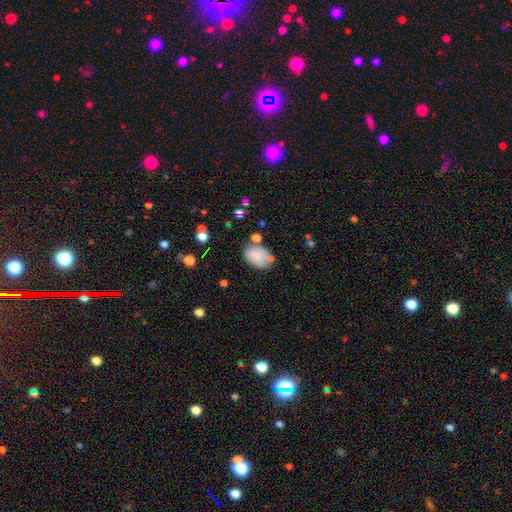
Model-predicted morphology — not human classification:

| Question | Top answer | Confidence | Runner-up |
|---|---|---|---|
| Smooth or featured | smooth | 77% | featured or disk (15%) |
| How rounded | in between | 81% | round (18%) |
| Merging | none | 56% | minor disturbance (25%) |